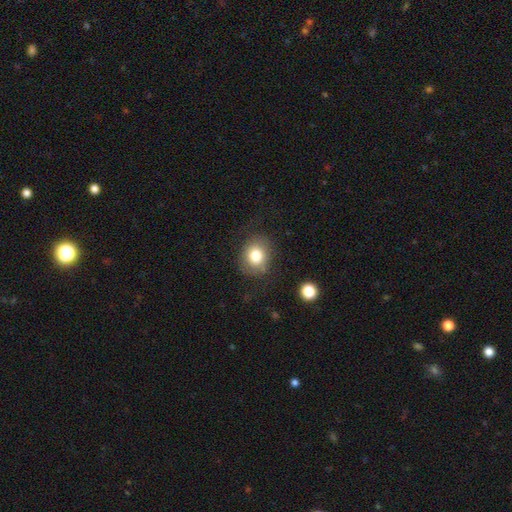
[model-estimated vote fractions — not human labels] Overall: smooth (79%). How rounded: round (67%; in between 32%). Merging: none (77%).